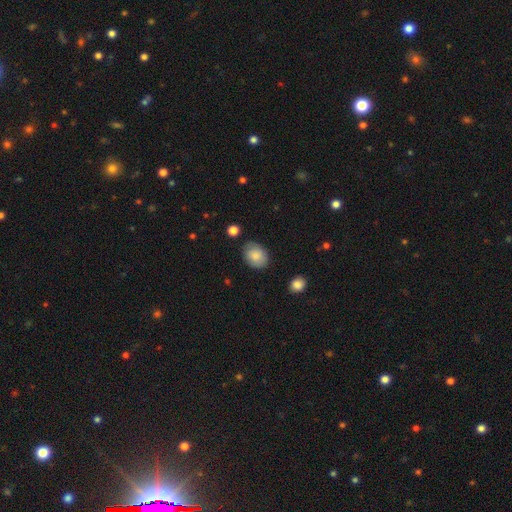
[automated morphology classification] This is clearly a smooth galaxy (83%). How rounded: likely in between (65%). Merging: clearly none (80%).